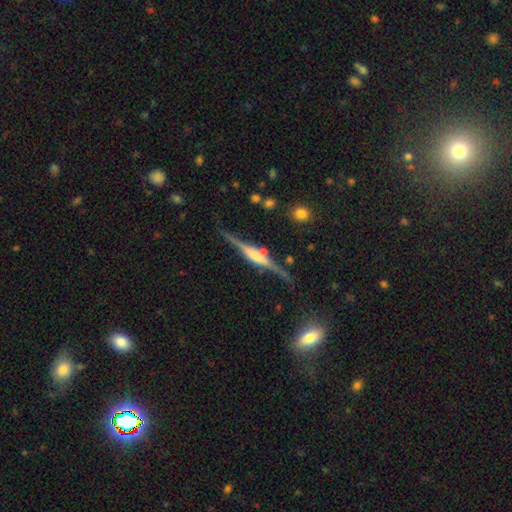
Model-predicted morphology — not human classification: Smooth or featured? Predicted: featured or disk (p=0.82). Edge-on disk? Predicted: yes (p=0.97). Edge-on bulge? Predicted: rounded (p=0.61). Merging? Predicted: none (p=0.82).